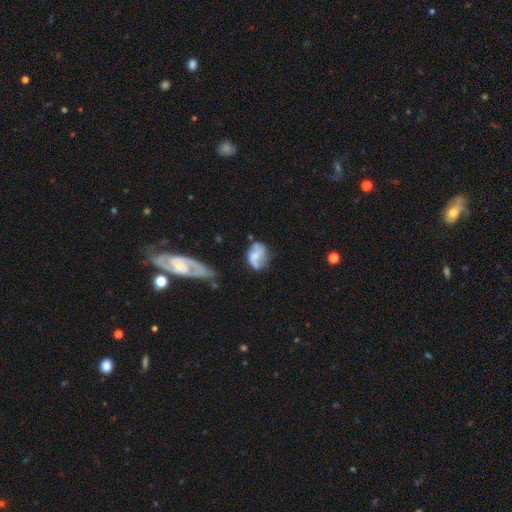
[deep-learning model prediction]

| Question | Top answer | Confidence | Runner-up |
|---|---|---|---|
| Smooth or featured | featured or disk | 56% | smooth (36%) |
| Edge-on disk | no | 96% | yes (4%) |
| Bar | no | 50% | weak (38%) |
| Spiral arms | yes | 77% | no (23%) |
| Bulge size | none | 38% | small (32%) |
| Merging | none | 47% | minor disturbance (28%) |